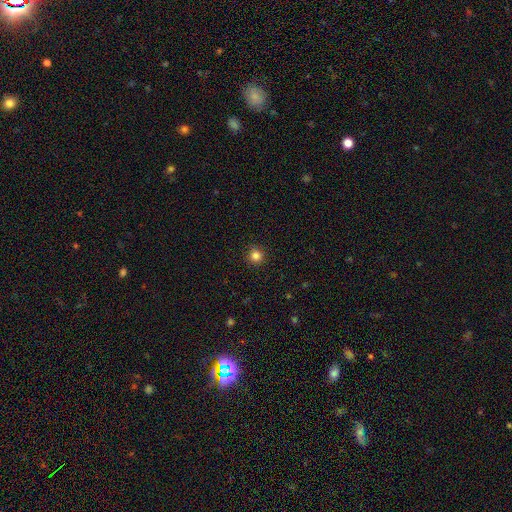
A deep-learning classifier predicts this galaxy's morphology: Smooth or featured: smooth — 84% (star or artifact — 12%)
How rounded: round — 95% (in between — 4%)
Merging: none — 92% (minor disturbance — 5%)